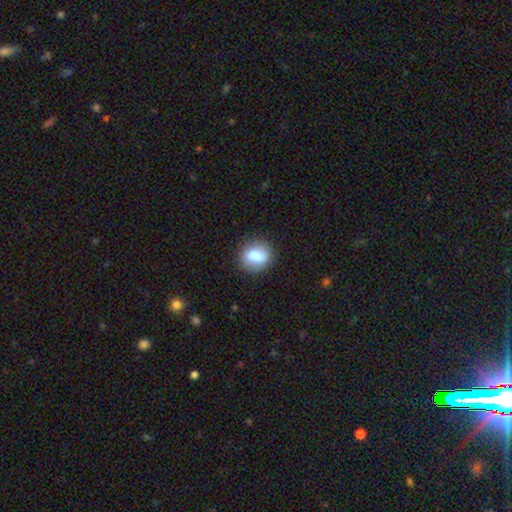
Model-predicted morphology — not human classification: A smooth galaxy with no disk features (79%) that is round (67%). Merging: none (80%).